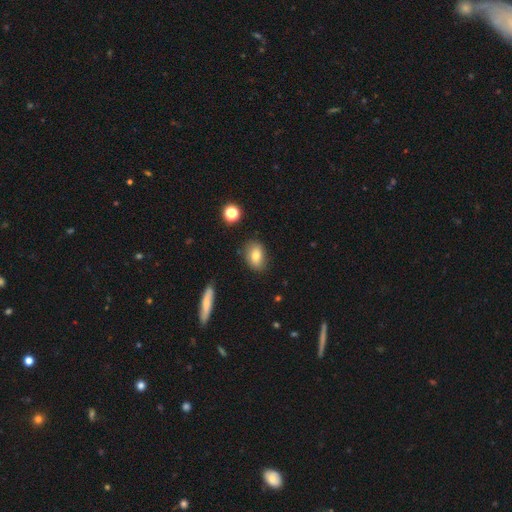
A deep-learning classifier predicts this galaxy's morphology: smooth_or_featured: smooth (p=0.77) [alt: featured or disk p=0.14]
how_rounded: in between (p=0.77) [alt: round p=0.21]
merging: none (p=0.80) [alt: minor disturbance p=0.14]